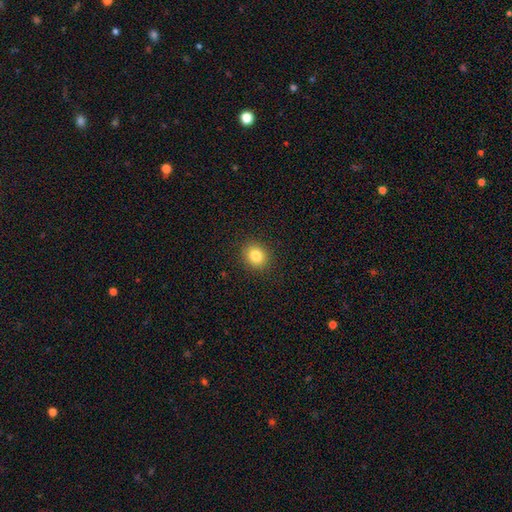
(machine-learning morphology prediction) smooth_or_featured: smooth (p=0.83) [alt: star or artifact p=0.11]
how_rounded: round (p=0.72) [alt: in between p=0.27]
merging: none (p=0.90) [alt: minor disturbance p=0.06]